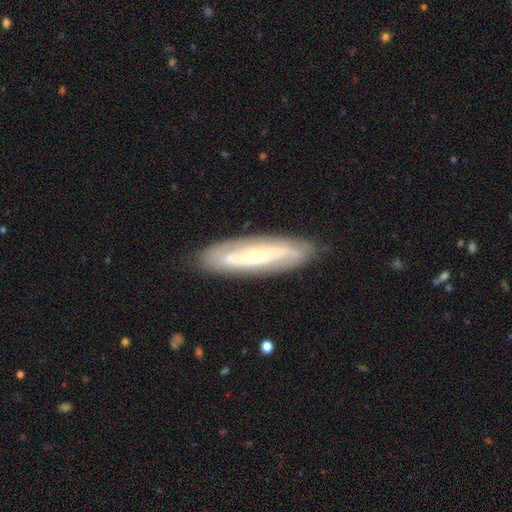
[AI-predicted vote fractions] smooth_or_featured: featured or disk (p=0.69) [alt: smooth p=0.25]
disk_edge_on: no (p=0.65) [alt: yes p=0.35]
merging: none (p=0.85) [alt: minor disturbance p=0.11]